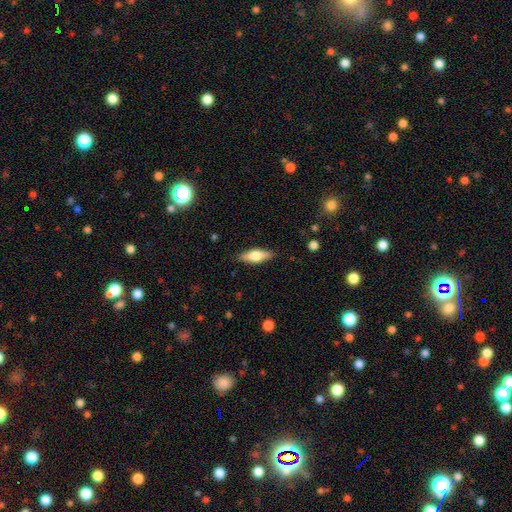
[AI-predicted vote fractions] Smooth or featured? Predicted: smooth (p=0.58). How rounded? Predicted: in between (p=0.62). Merging? Predicted: none (p=0.86).